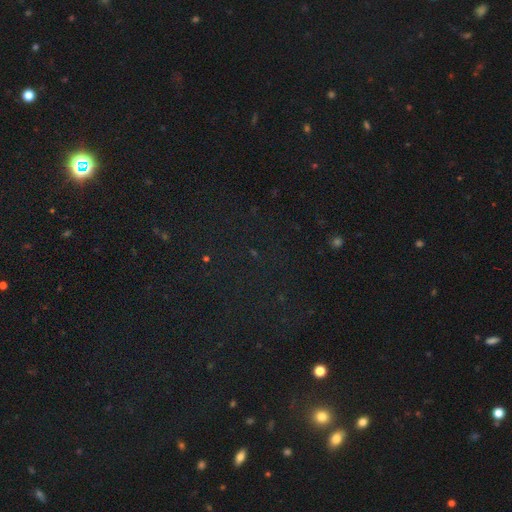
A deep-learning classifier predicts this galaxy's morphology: Q: Smooth or featured?
A: star or artifact (76%); runner-up: smooth (16%)